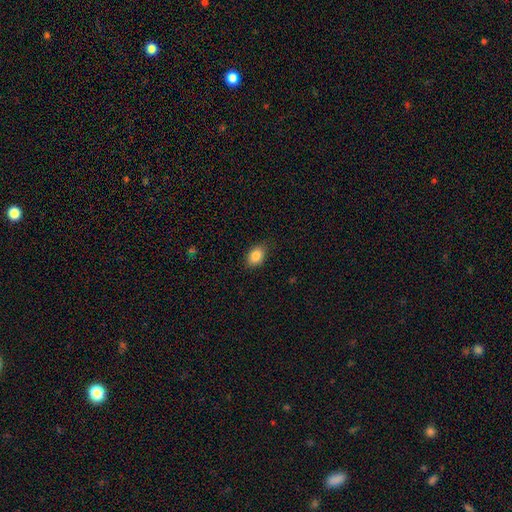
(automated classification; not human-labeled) smooth_or_featured: smooth (p=0.86) [alt: star or artifact p=0.08]
how_rounded: in between (p=0.76) [alt: round p=0.23]
merging: none (p=0.82) [alt: minor disturbance p=0.14]